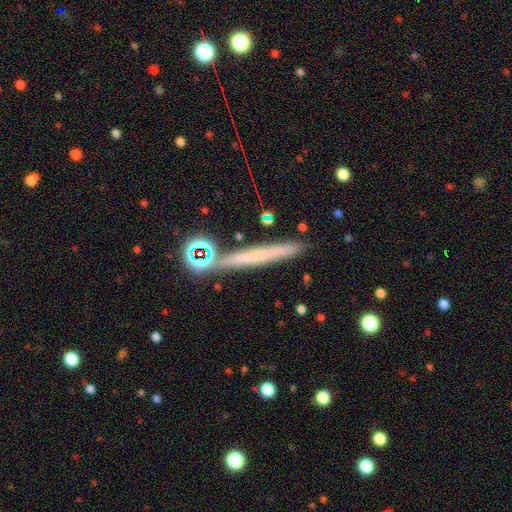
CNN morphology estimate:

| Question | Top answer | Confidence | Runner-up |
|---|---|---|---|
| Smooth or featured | smooth | 50% | featured or disk (38%) |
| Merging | none | 82% | minor disturbance (9%) |